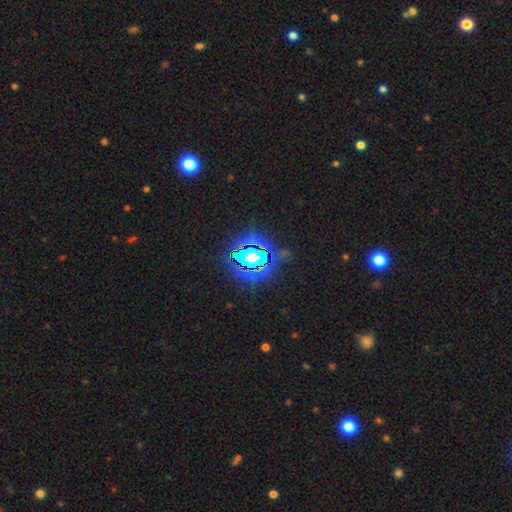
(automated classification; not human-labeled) star or artifact 64%, smooth 22%, featured or disk 14%.